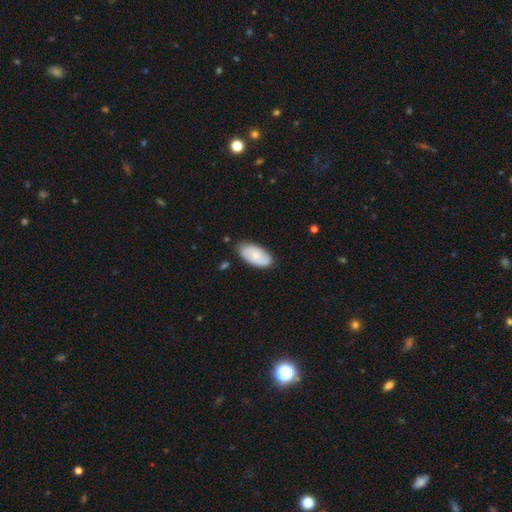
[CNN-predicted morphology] smooth 65%, featured or disk 29%, star or artifact 6%. Down the decision tree: how rounded — in between (94%); merging — none (78%).